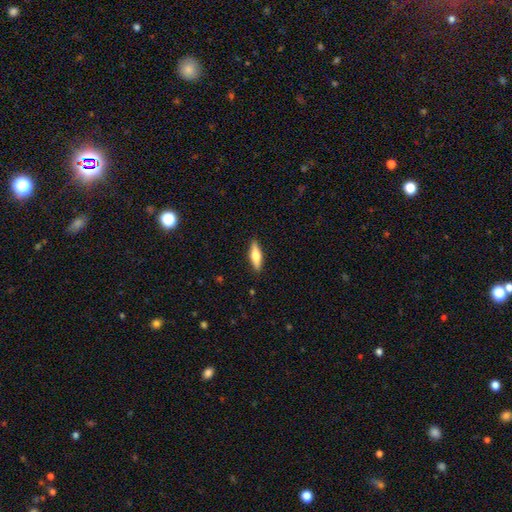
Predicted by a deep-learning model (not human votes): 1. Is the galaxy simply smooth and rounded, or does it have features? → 60% smooth, 34% featured or disk, 6% star or artifact.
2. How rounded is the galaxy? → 59% cigar-shaped, 39% in between, 2% round.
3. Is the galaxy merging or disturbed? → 89% none, 8% minor disturbance, 2% major disturbance, 1% merger.